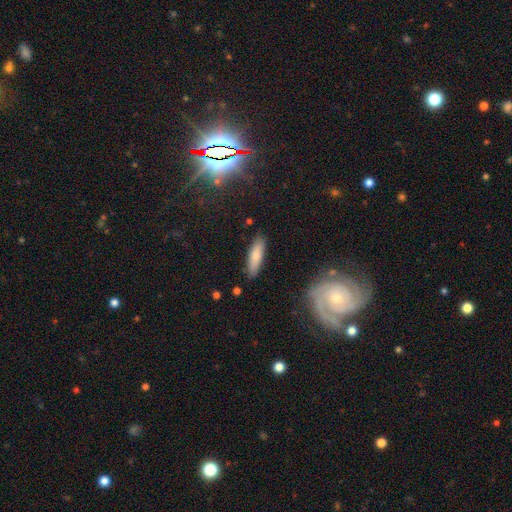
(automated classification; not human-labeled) This appears to be a smooth galaxy with no disk features (78%) that is cigar-shaped (57%). Merging: none (85%).